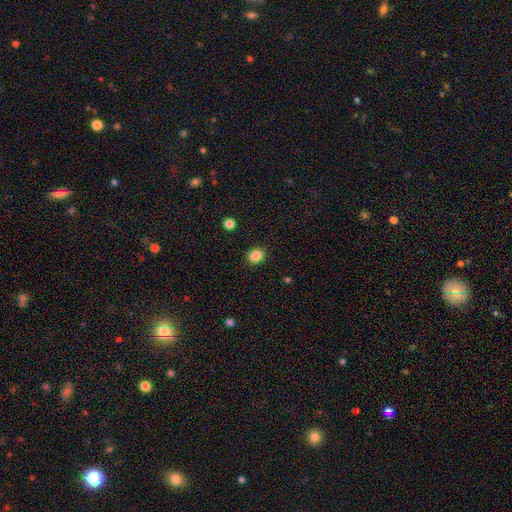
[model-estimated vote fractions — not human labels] The model was most divided on "how rounded": round: 72%, in between: 27%, cigar-shaped: 1%. More confident: merging — none (90%); smooth or featured — smooth (86%).